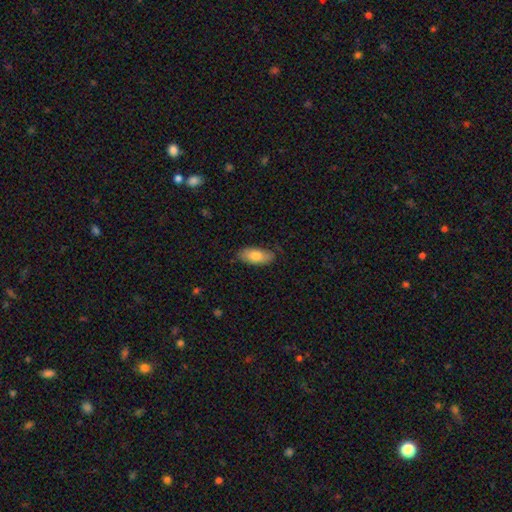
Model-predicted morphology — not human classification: The model was most divided on "merging": none: 74%, minor disturbance: 20%, major disturbance: 4%, merger: 1%. More confident: how rounded — in between (89%); smooth or featured — smooth (79%).